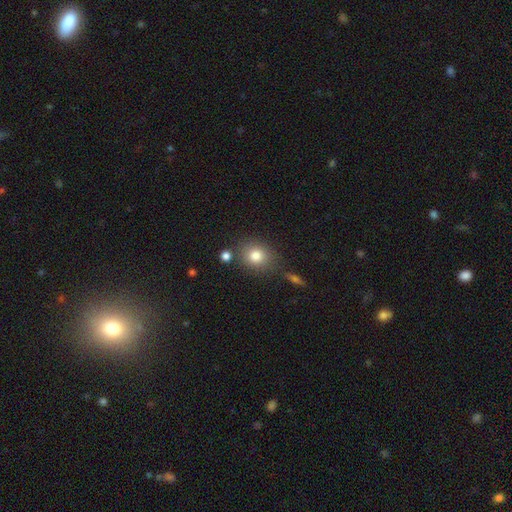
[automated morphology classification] This is clearly a smooth galaxy (80%). How rounded: likely round (69%). Merging: likely none (76%).